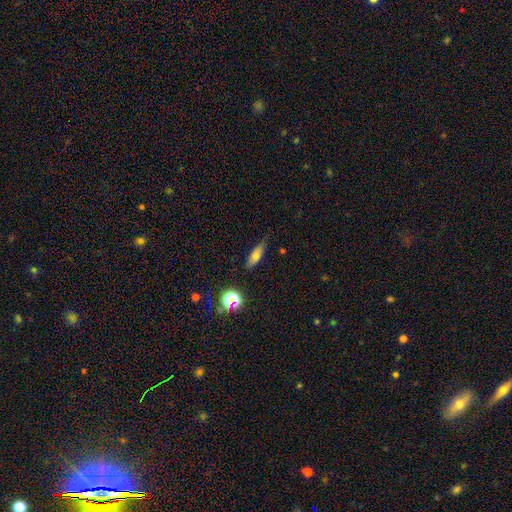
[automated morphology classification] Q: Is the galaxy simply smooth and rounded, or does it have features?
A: smooth — 66%.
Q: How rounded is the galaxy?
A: in between — 56%.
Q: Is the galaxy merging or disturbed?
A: none — 76%.